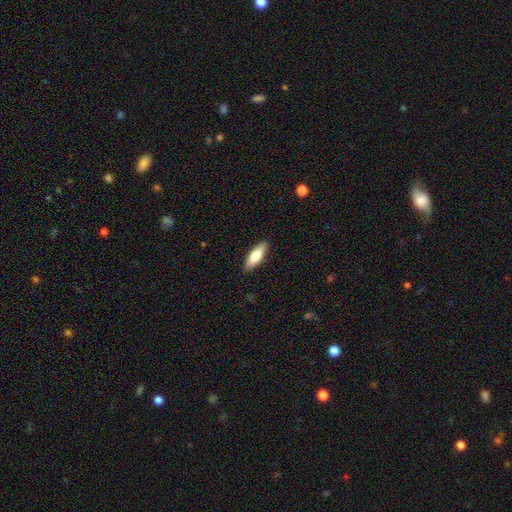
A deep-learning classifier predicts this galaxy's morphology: Smooth or featured: smooth — 77% (featured or disk — 18%)
How rounded: in between — 55% (cigar-shaped — 44%)
Merging: none — 89% (minor disturbance — 8%)